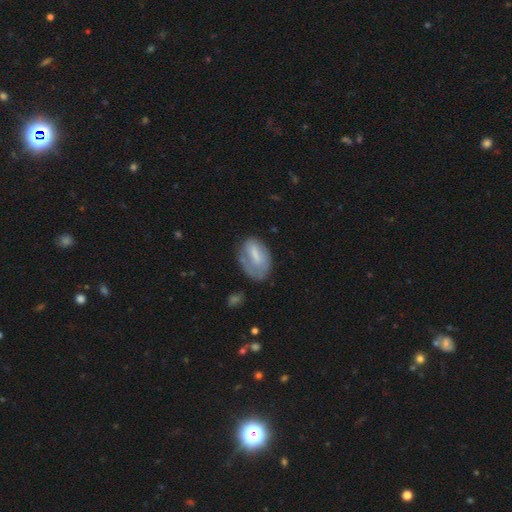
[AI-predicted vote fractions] Q: Smooth or featured?
A: smooth (58%); runner-up: featured or disk (35%)
Q: How rounded?
A: in between (86%); runner-up: round (11%)
Q: Merging?
A: none (47%); runner-up: minor disturbance (30%)